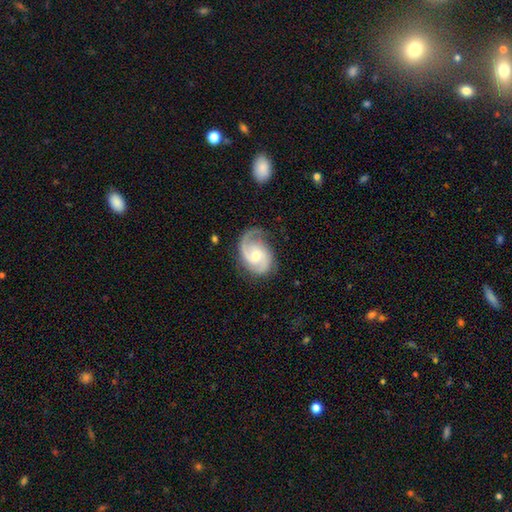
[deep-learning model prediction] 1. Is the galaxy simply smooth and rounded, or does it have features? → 85% featured or disk, 10% smooth, 5% star or artifact.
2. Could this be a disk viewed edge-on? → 98% no, 2% yes.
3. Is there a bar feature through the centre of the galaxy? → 56% no, 37% weak, 6% strong.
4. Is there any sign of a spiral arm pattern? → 97% yes, 3% no.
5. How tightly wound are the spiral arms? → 50% medium, 29% tight, 21% loose.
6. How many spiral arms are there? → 74% 2, 13% 1, 6% can't tell, 5% 3, 1% 4, 1% more than 4.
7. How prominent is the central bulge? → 56% moderate, 38% small, 4% large, 2% none, 1% dominant.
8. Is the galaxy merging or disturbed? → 66% none, 21% minor disturbance, 11% major disturbance, 1% merger.